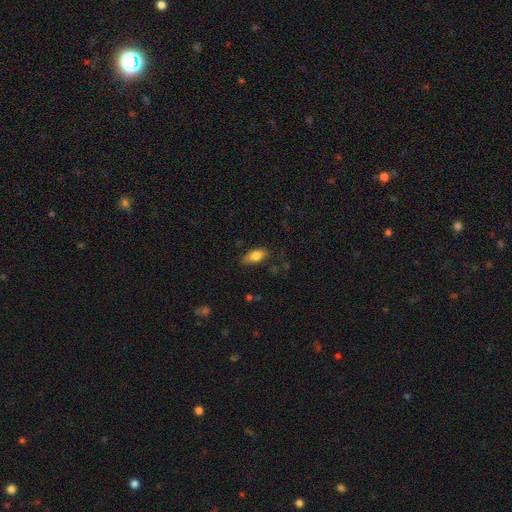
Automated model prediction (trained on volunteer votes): This is clearly a smooth galaxy (81%). How rounded: clearly in between (88%). Merging: likely none (77%).